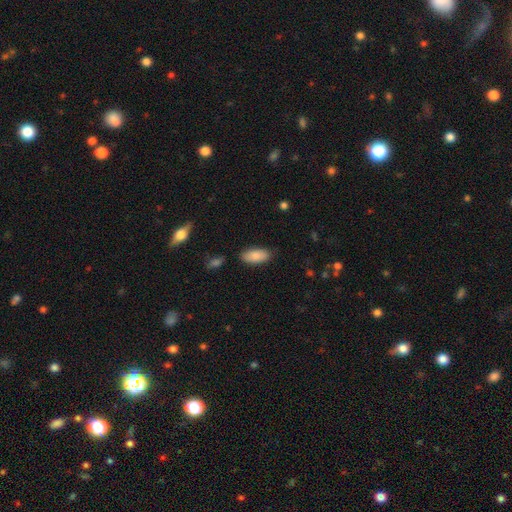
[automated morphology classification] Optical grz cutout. It shows a smooth galaxy with no disk features (86%) that is in between round and cigar-shaped (88%). Merging: none (85%).